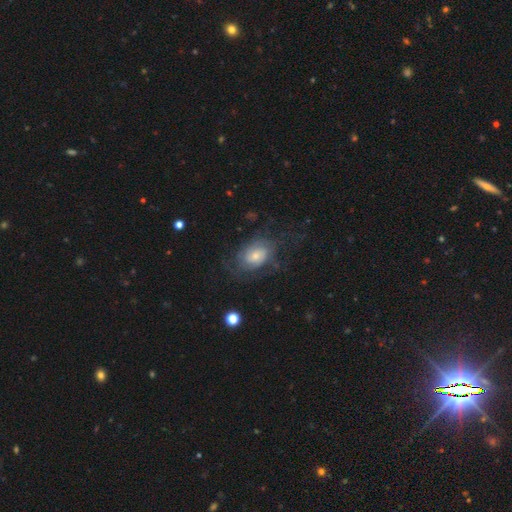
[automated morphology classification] Smooth or featured?
  - featured or disk: 59% *
  - smooth: 31%
  - star or artifact: 11%
Edge-on disk?
  - no: 96% *
  - yes: 4%
Bar?
  - no: 72% *
  - weak: 24%
  - strong: 4%
Spiral arms?
  - yes: 78% *
  - no: 22%
Bulge size?
  - small: 46% *
  - moderate: 40%
  - large: 8%
  - none: 3%
  - dominant: 2%
Merging?
  - none: 58% *
  - major disturbance: 21%
  - minor disturbance: 20%
  - merger: 2%